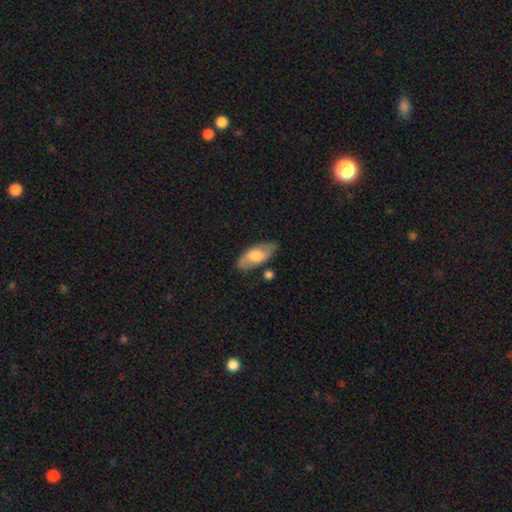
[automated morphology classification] Smooth or featured? smooth (57%)
How rounded? in between (85%)
Merging? none (75%)